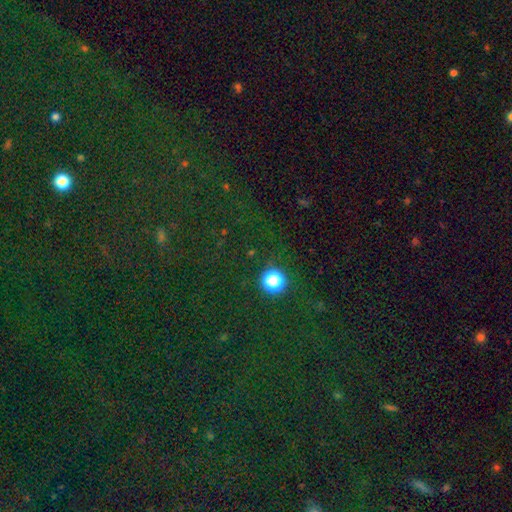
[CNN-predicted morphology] Overall: star or artifact (77%).